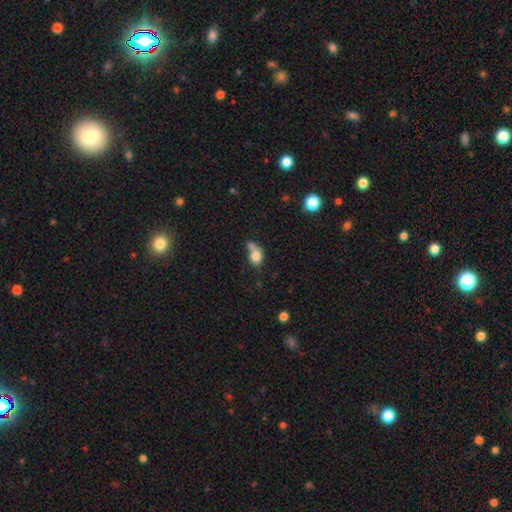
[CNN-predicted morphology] Overall: smooth (77%). How rounded: in between (57%; round 41%). Merging: merger (37%; none 30%).